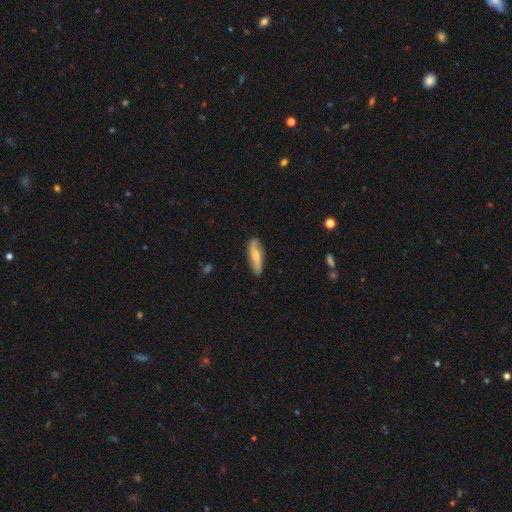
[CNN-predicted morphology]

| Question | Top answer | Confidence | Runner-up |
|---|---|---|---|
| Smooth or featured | smooth | 48% | featured or disk (46%) |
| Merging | none | 81% | minor disturbance (15%) |